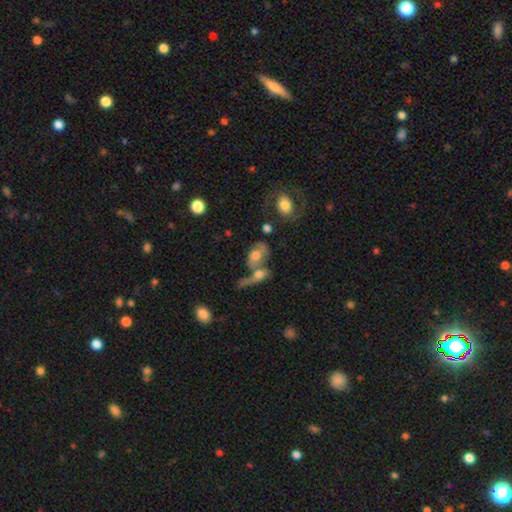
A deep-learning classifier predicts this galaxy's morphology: The model was most divided on "smooth or featured": smooth: 56%, featured or disk: 33%, star or artifact: 11%. More confident: how rounded — in between (80%); merging — merger (53%).